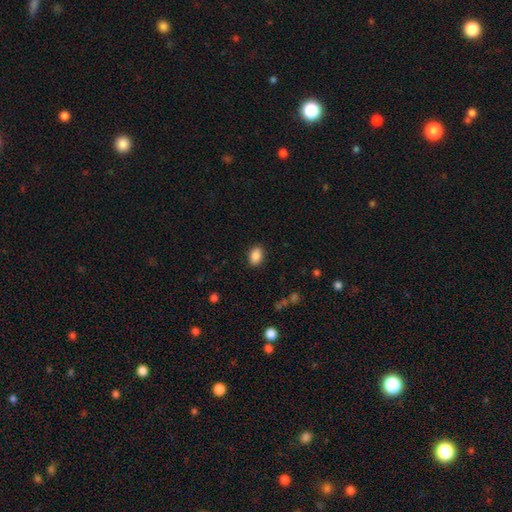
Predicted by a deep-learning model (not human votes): Smooth or featured?
  - smooth: 88% *
  - star or artifact: 8%
  - featured or disk: 4%
How rounded?
  - in between: 82% *
  - round: 16%
  - cigar-shaped: 1%
Merging?
  - none: 88% *
  - minor disturbance: 8%
  - major disturbance: 2%
  - merger: 1%